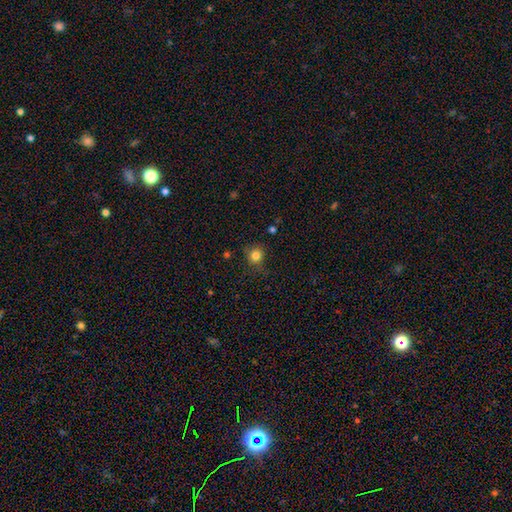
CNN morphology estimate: smooth 82%, star or artifact 12%, featured or disk 5%. Down the decision tree: how rounded — round (88%); merging — none (79%).